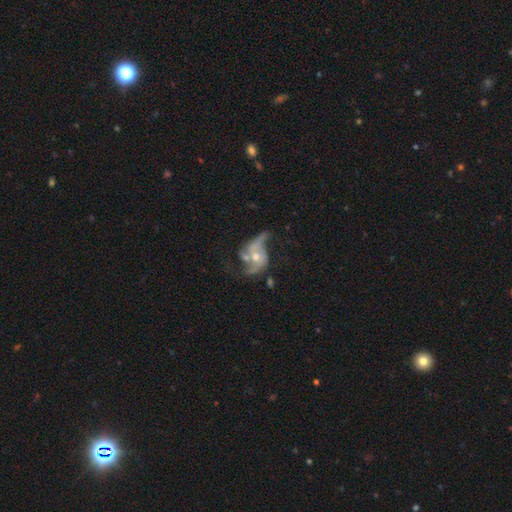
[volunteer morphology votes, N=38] featured or disk 97%, star or artifact 3%, smooth 0%. Down the decision tree: edge-on disk — no (92%); bar — no (74%); spiral arms — yes (94%); spiral arm count — 2 (81%); spiral winding — loose (78%); bulge size — moderate (74%); merging — merger (46%).